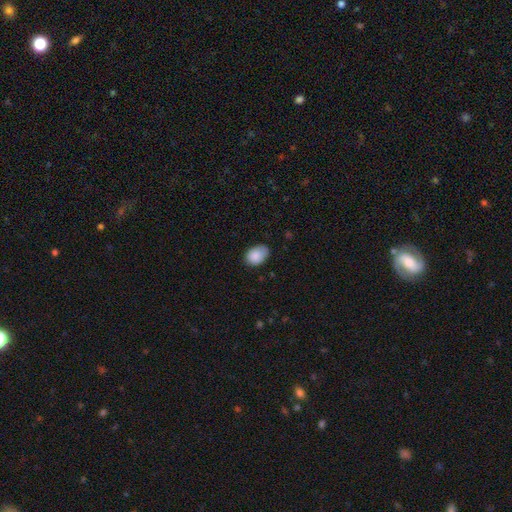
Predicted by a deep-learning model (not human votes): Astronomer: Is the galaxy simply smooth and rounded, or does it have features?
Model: smooth — 87%.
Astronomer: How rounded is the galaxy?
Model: in between — 77%.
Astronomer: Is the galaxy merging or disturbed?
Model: none — 67%.